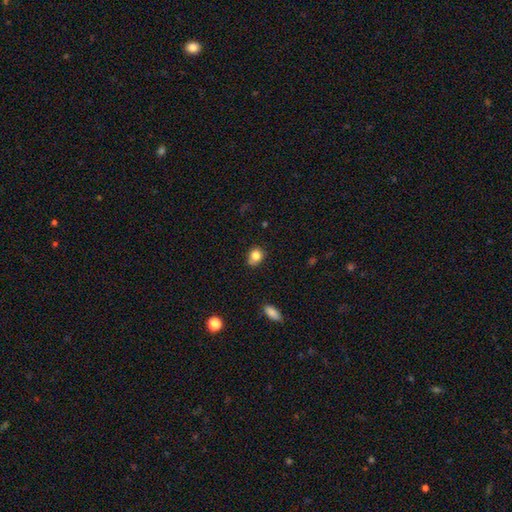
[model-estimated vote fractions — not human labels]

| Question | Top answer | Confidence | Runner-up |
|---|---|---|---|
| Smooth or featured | smooth | 81% | star or artifact (11%) |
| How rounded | round | 64% | in between (35%) |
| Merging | none | 64% | minor disturbance (25%) |